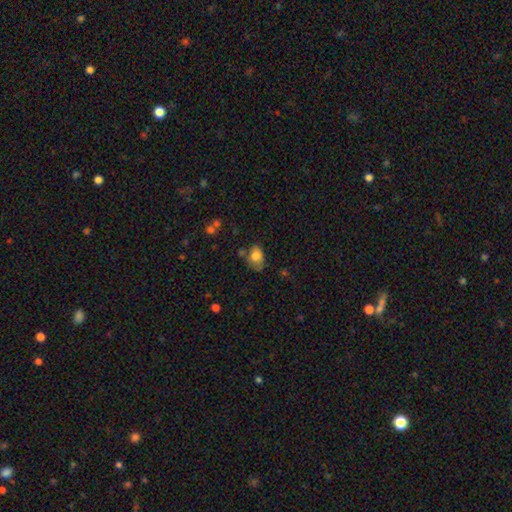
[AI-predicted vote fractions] Smooth or featured? Predicted: smooth (p=0.76). How rounded? Predicted: in between (p=0.76). Merging? Predicted: none (p=0.48).